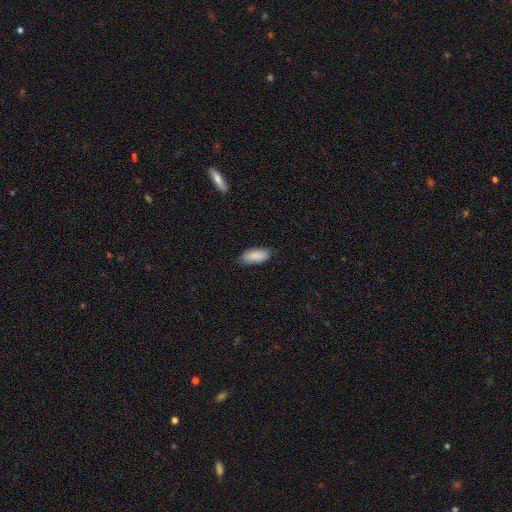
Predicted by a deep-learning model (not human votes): smooth-or-featured: smooth: 88% | star or artifact: 6% | featured or disk: 6%
  how-rounded: in between: 88% | cigar-shaped: 10% | round: 2%
  merging: none: 78% | minor disturbance: 18% | major disturbance: 3% | merger: 1%